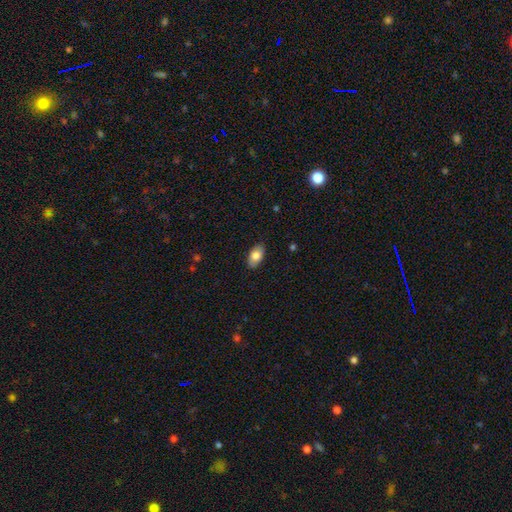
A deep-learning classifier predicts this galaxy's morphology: A smooth galaxy with no disk features (80%) that is in between round and cigar-shaped (93%). Merging: none (87%).